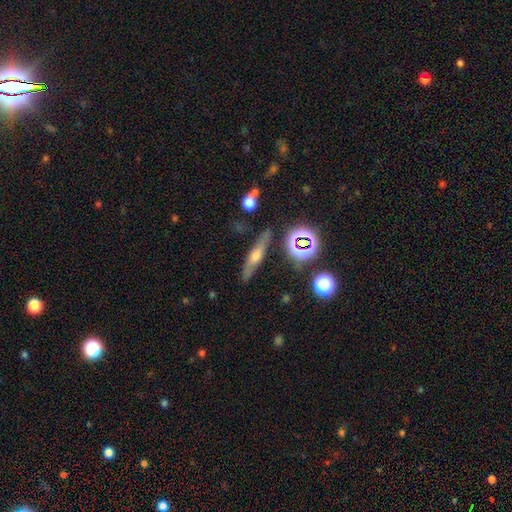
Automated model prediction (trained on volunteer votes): This is possibly a featured or disk galaxy (51%). It is clearly viewed edge-on (85%). Merging: clearly none (83%).